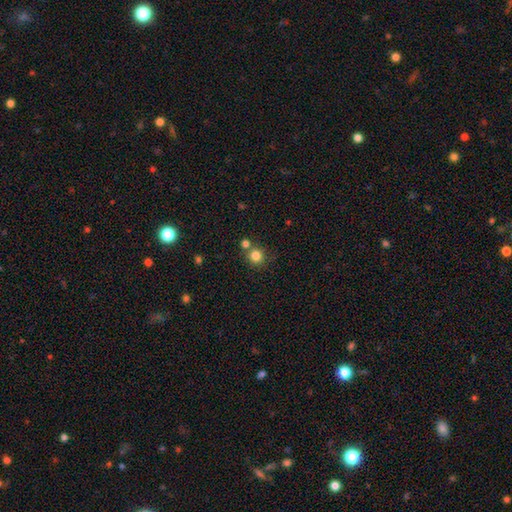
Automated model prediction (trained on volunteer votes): Smooth or featured? smooth (82%)
How rounded? round (93%)
Merging? none (72%)